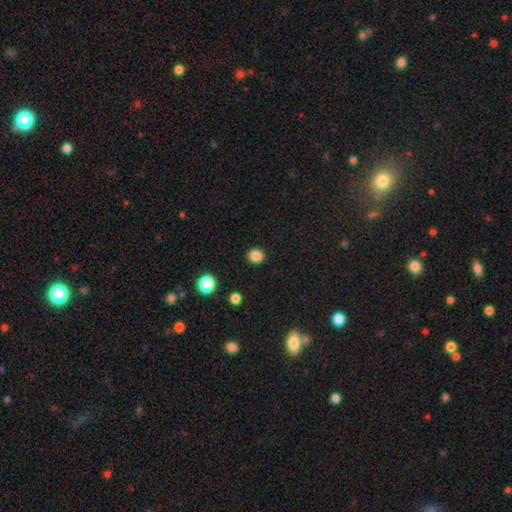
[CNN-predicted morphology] Q: Smooth or featured?
A: smooth (85%); runner-up: star or artifact (12%)
Q: How rounded?
A: round (89%); runner-up: in between (10%)
Q: Merging?
A: none (91%); runner-up: minor disturbance (5%)